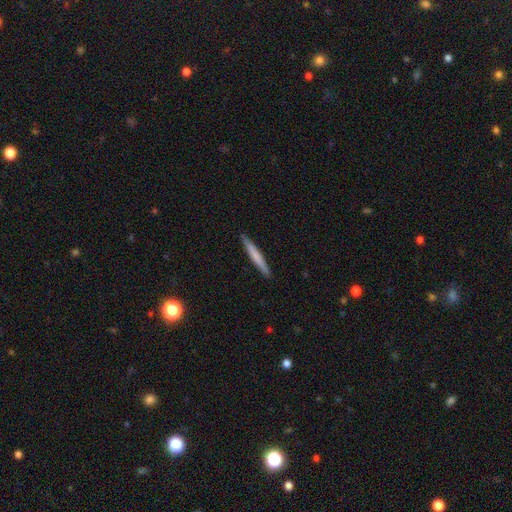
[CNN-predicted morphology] smooth_or_featured: smooth (p=0.65) [alt: featured or disk p=0.30]
how_rounded: cigar-shaped (p=0.96) [alt: in between p=0.02]
merging: none (p=0.91) [alt: minor disturbance p=0.06]